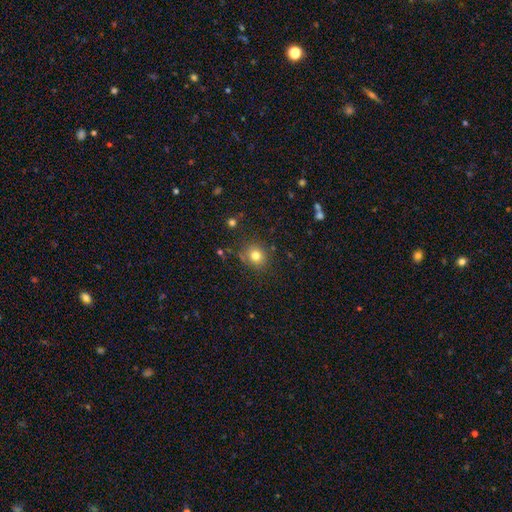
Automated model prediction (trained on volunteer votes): Q: Smooth or featured?
A: smooth (78%); runner-up: star or artifact (14%)
Q: How rounded?
A: round (85%); runner-up: in between (14%)
Q: Merging?
A: none (83%); runner-up: minor disturbance (11%)